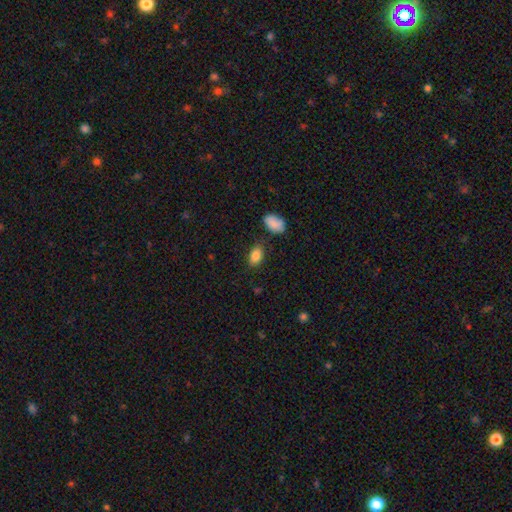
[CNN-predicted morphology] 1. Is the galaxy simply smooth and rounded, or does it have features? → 86% smooth, 8% star or artifact, 6% featured or disk.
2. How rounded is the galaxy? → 88% in between, 10% round, 2% cigar-shaped.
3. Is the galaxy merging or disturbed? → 79% none, 14% minor disturbance, 4% merger, 3% major disturbance.